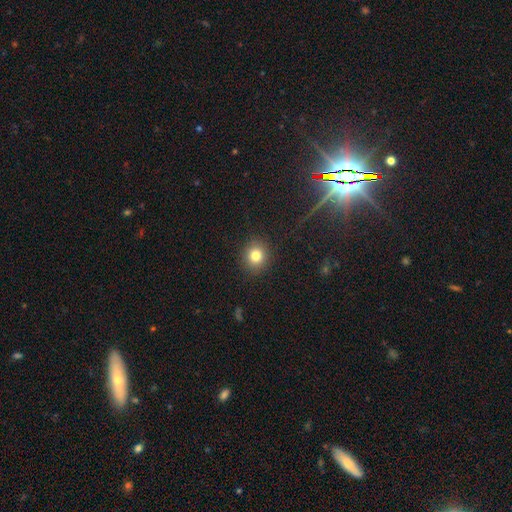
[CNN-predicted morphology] Smooth or featured? smooth (81%)
How rounded? round (83%)
Merging? none (90%)